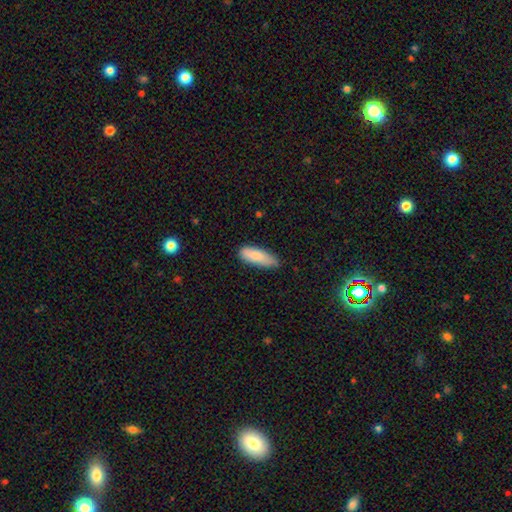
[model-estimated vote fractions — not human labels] Smooth or featured?
  - smooth: 85% *
  - featured or disk: 10%
  - star or artifact: 6%
How rounded?
  - in between: 65% *
  - cigar-shaped: 34%
  - round: 2%
Merging?
  - none: 73% *
  - minor disturbance: 23%
  - major disturbance: 3%
  - merger: 1%